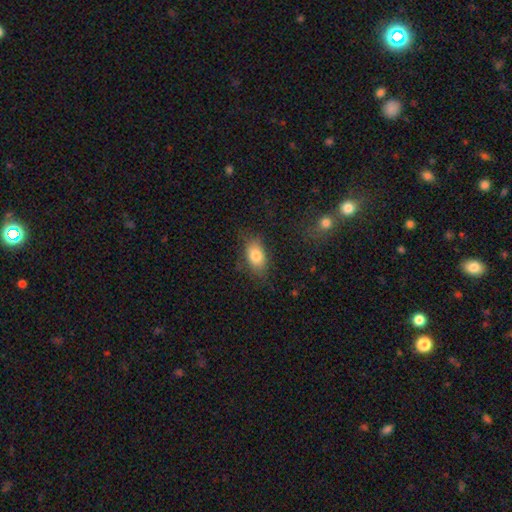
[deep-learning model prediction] Smooth or featured: smooth — 80% (featured or disk — 11%)
How rounded: in between — 87% (round — 11%)
Merging: none — 74% (minor disturbance — 18%)